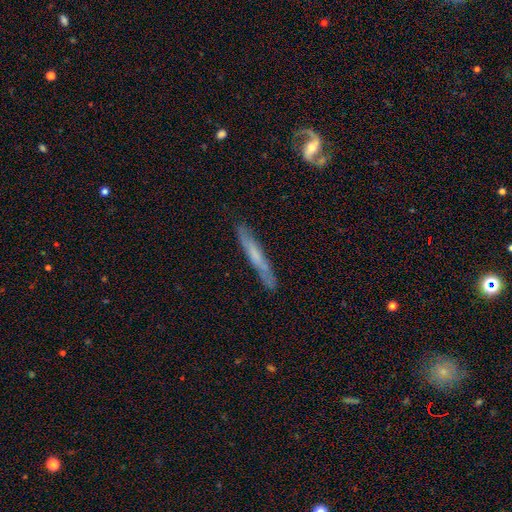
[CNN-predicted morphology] Smooth or featured: featured or disk — 50% (smooth — 44%)
Merging: none — 82% (minor disturbance — 13%)